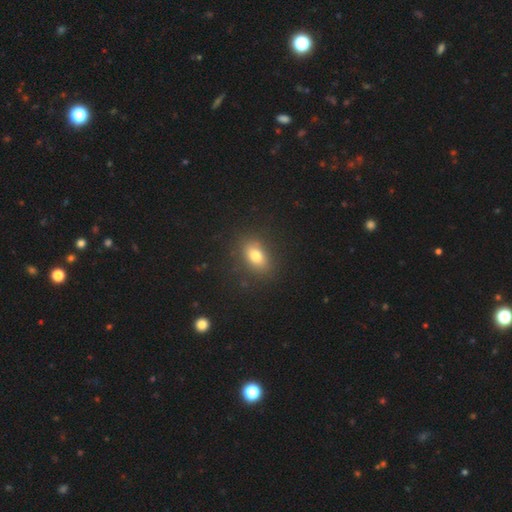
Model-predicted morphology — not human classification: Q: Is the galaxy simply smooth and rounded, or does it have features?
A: smooth — 77%.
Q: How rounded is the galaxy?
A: in between — 79%.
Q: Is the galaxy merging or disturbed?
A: none — 84%.